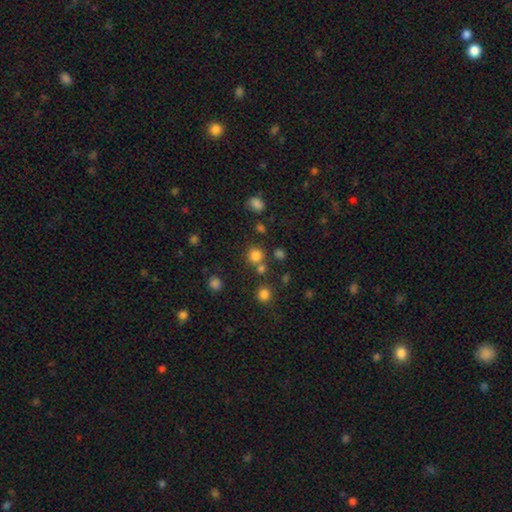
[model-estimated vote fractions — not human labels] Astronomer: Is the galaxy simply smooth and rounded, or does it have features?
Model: smooth — 77%.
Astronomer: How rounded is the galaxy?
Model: round — 89%.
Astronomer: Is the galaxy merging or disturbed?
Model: none — 70%.